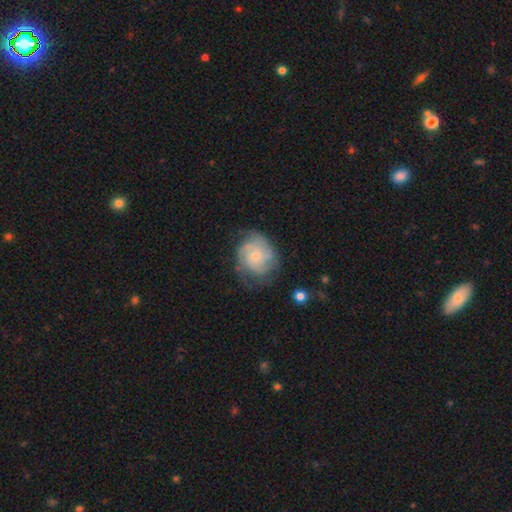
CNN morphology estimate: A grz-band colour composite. It shows a featured or disk galaxy (69%) with no bar (79%), tight (56%) spiral arms (90%) and a small central bulge (59%). Merging: none (65%).